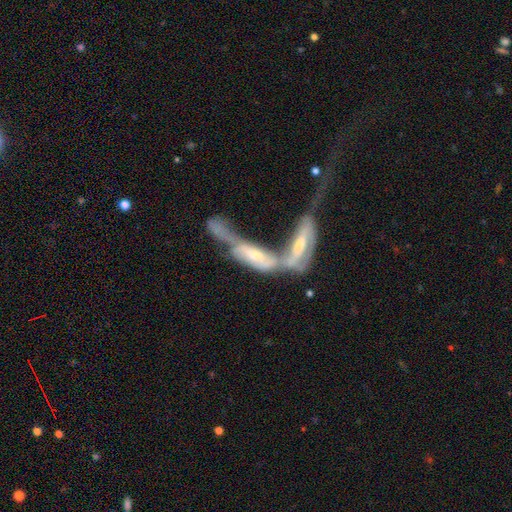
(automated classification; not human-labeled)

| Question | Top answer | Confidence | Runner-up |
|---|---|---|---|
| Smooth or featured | featured or disk | 61% | smooth (31%) |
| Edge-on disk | no | 67% | yes (33%) |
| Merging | merger | 80% | major disturbance (9%) |